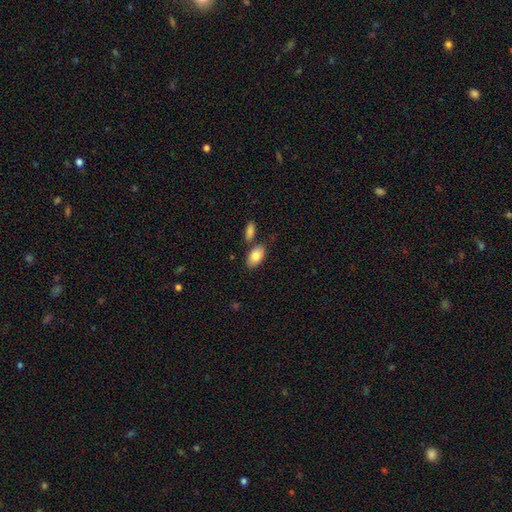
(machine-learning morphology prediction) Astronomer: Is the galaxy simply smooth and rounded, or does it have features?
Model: smooth — 84%.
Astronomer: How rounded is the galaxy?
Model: in between — 94%.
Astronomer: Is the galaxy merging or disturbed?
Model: none — 68%.